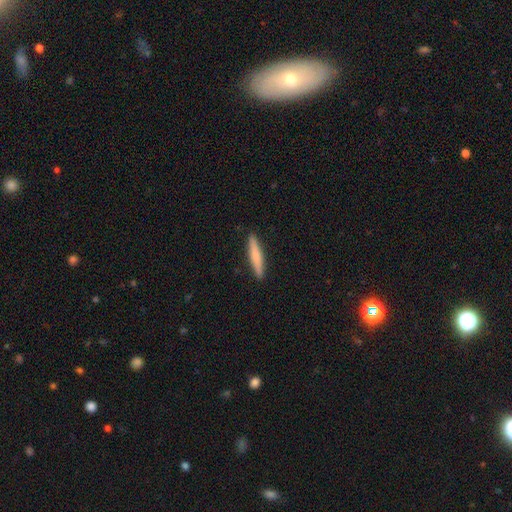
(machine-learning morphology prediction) Overall: smooth (71%). How rounded: cigar-shaped (93%). Merging: none (92%).